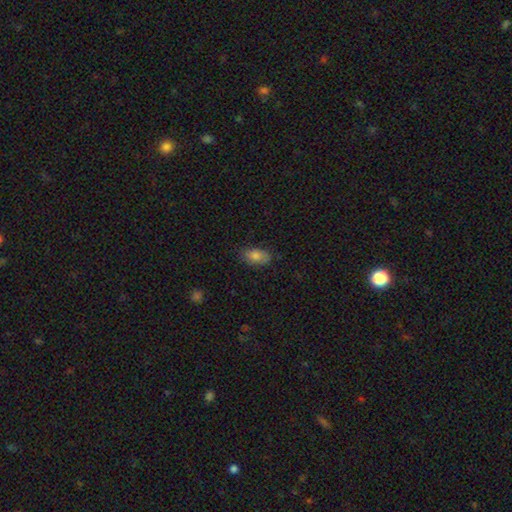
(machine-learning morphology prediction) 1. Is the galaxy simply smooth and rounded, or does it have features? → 82% smooth, 10% featured or disk, 9% star or artifact.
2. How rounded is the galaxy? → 91% in between, 6% round, 3% cigar-shaped.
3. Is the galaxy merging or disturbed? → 76% none, 19% minor disturbance, 4% major disturbance, 1% merger.